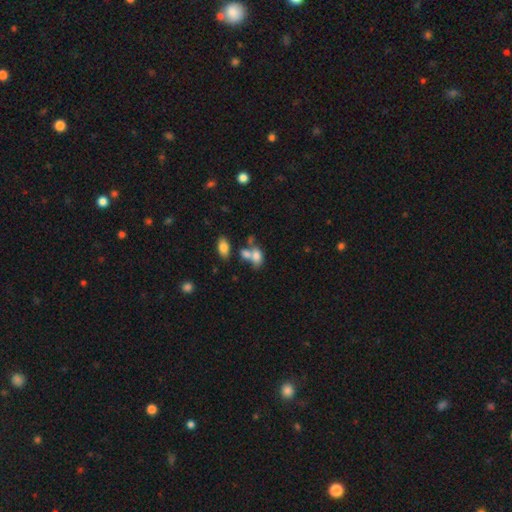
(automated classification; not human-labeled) This is likely a smooth galaxy (74%). How rounded: clearly in between (83%). Merging: possibly merger (49%).